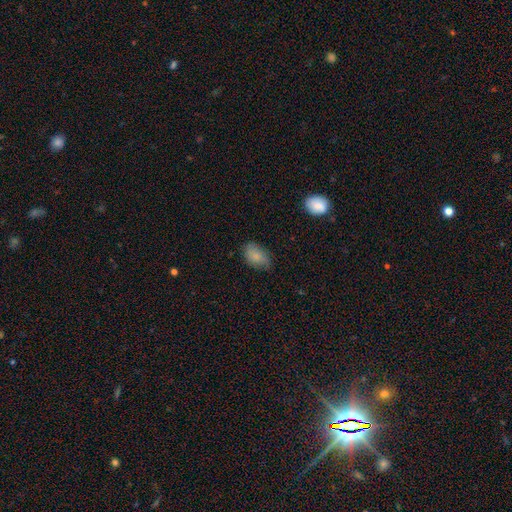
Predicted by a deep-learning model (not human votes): Smooth or featured: smooth — 81% (featured or disk — 11%)
How rounded: in between — 89% (round — 10%)
Merging: none — 69% (minor disturbance — 25%)